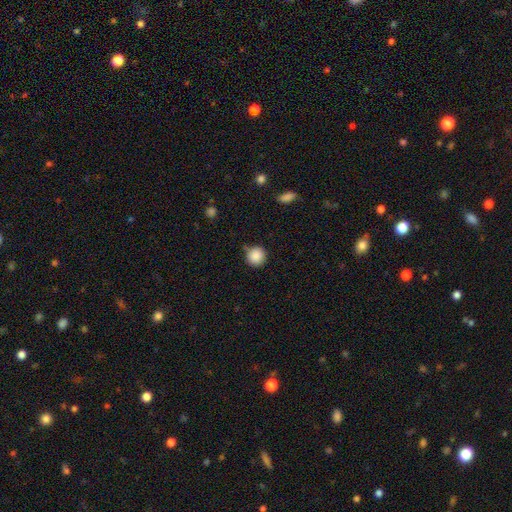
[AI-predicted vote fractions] smooth_or_featured: smooth (p=0.88) [alt: star or artifact p=0.09]
how_rounded: round (p=0.92) [alt: in between p=0.07]
merging: none (p=0.79) [alt: minor disturbance p=0.14]